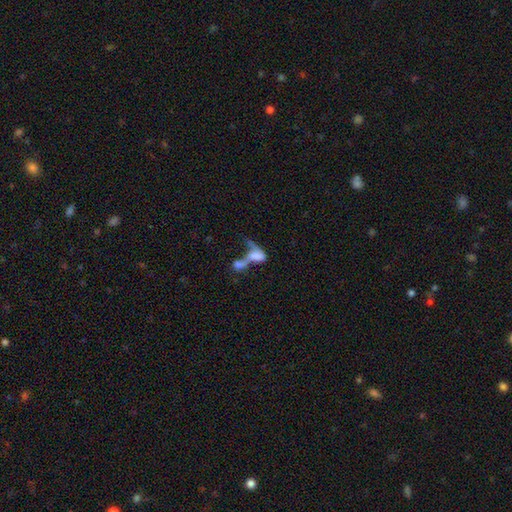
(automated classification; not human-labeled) This is possibly a smooth galaxy (55%). How rounded: likely in between (75%). Merging: likely merger (69%).